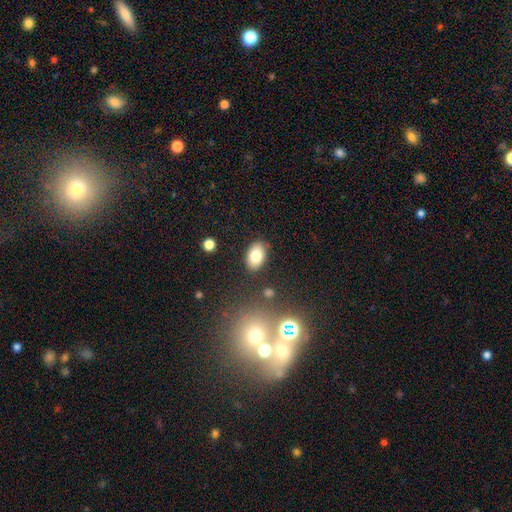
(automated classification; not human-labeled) This appears to be a smooth galaxy with no disk features (81%) that is in between round and cigar-shaped (90%). Merging: none (86%).